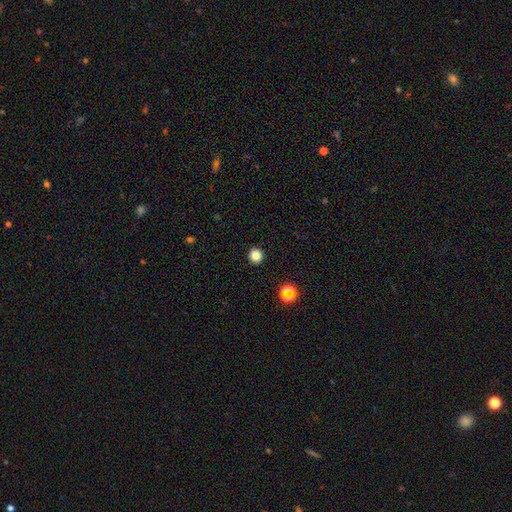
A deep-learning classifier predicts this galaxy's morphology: Q: Smooth or featured?
A: smooth (83%); runner-up: star or artifact (13%)
Q: How rounded?
A: round (94%); runner-up: in between (5%)
Q: Merging?
A: none (93%); runner-up: minor disturbance (4%)